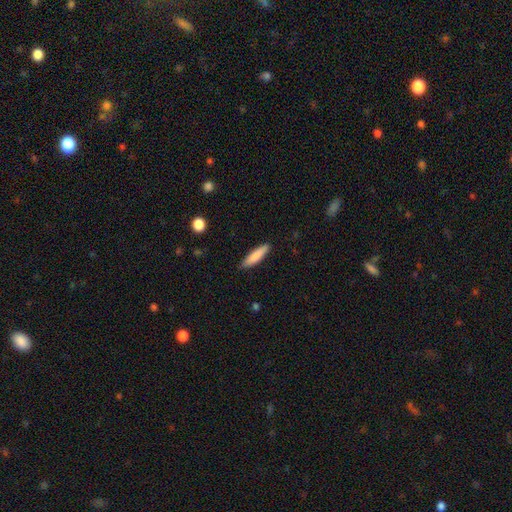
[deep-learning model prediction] Morphology: type=smooth (83%); roundness=cigar-shaped (77%); merging=none (87%).